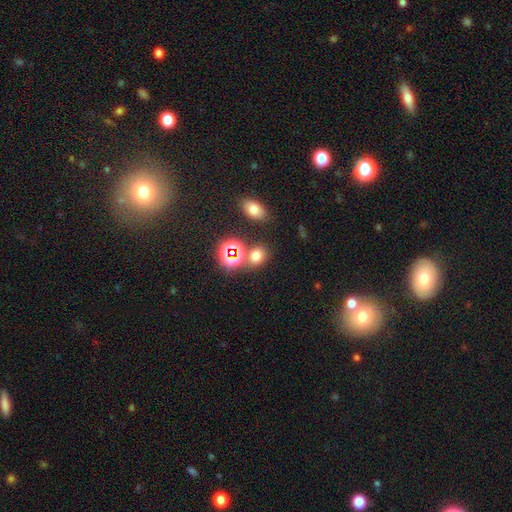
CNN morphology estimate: The model was most divided on "how rounded": round: 52%, in between: 46%, cigar-shaped: 2%. More confident: merging — none (74%); smooth or featured — smooth (66%).